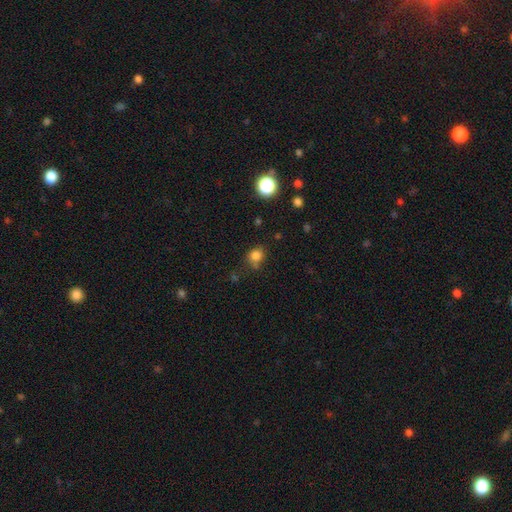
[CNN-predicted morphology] type=smooth (80%); roundness=round (69%); merging=none (60%).